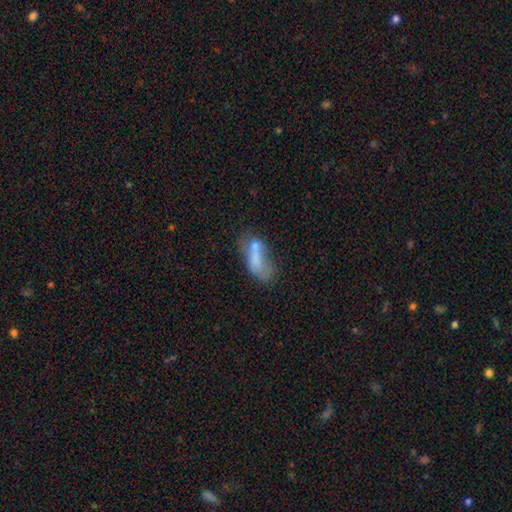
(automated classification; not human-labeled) smooth-or-featured: smooth: 59% | featured or disk: 30% | star or artifact: 11%
  how-rounded: in between: 77% | cigar-shaped: 18% | round: 4%
  merging: merger: 30% | none: 26% | major disturbance: 23% | minor disturbance: 20%